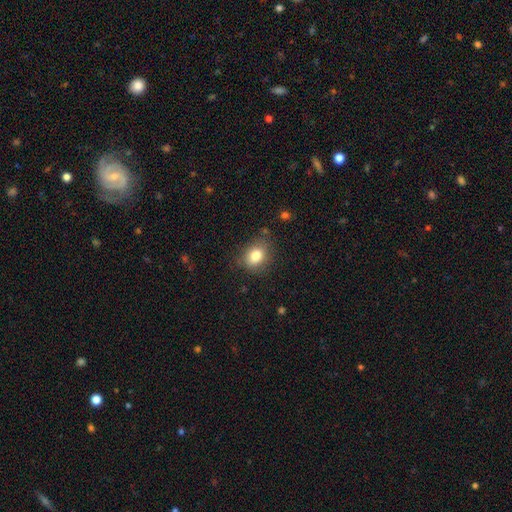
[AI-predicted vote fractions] Morphology: type=smooth (82%); roundness=in between (56%); merging=none (77%).